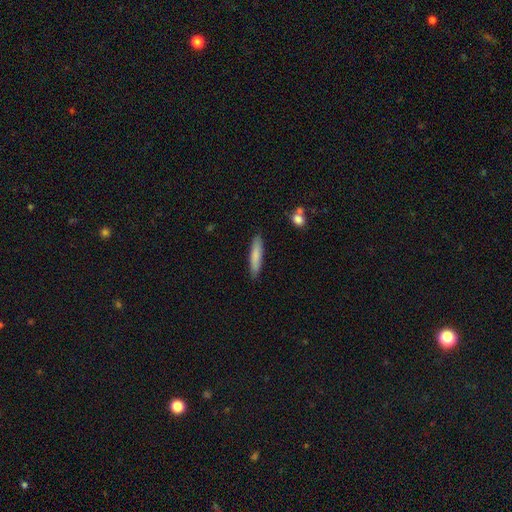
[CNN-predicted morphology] Overall: smooth (78%). How rounded: cigar-shaped (88%). Merging: none (88%).